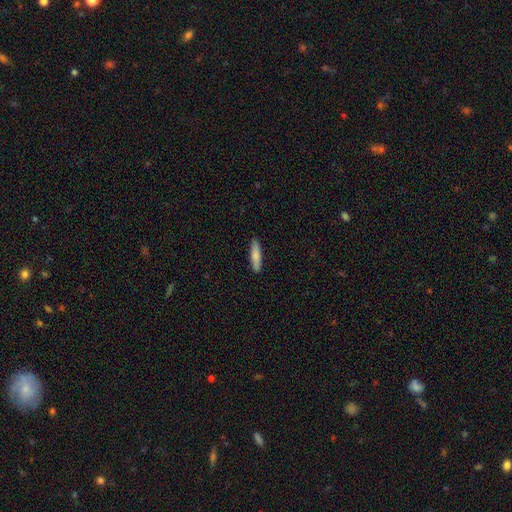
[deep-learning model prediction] This is clearly a smooth galaxy (80%). How rounded: likely cigar-shaped (75%). Merging: clearly none (89%).